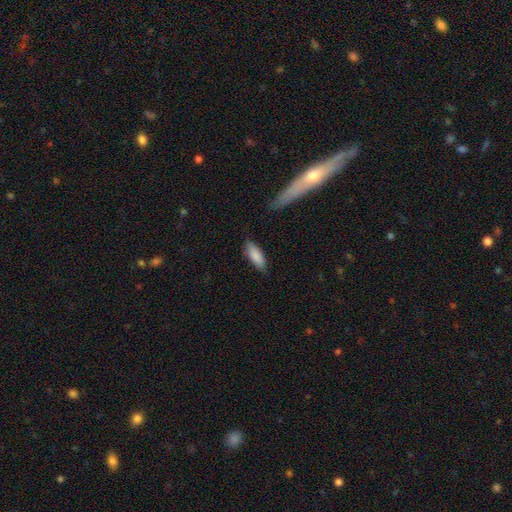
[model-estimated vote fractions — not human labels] This is clearly a smooth galaxy (86%). How rounded: likely in between (63%). Merging: clearly none (82%).